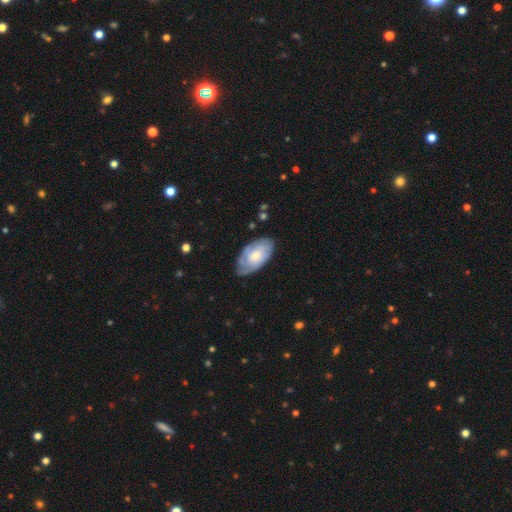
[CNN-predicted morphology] This appears to be a featured or disk galaxy (53%). Merging: none (68%).